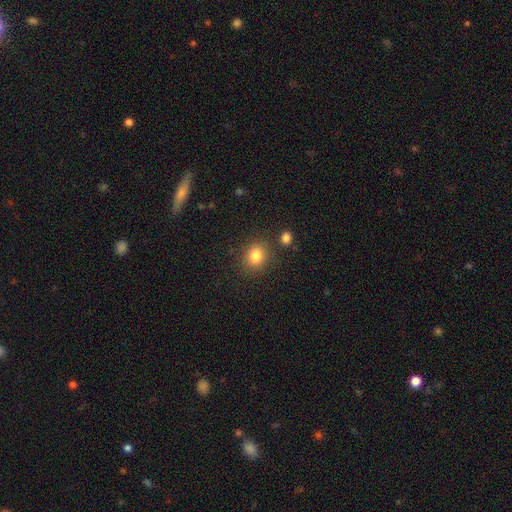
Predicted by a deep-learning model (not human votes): smooth_or_featured: smooth (p=0.83) [alt: star or artifact p=0.11]
how_rounded: round (p=0.65) [alt: in between p=0.34]
merging: none (p=0.82) [alt: minor disturbance p=0.10]